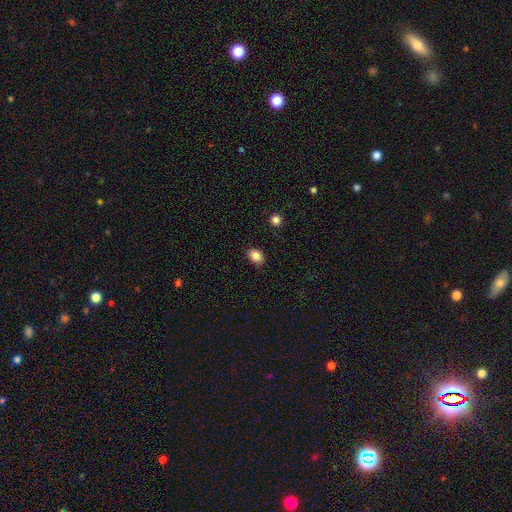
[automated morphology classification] Smooth or featured: smooth — 86% (star or artifact — 9%)
How rounded: in between — 77% (round — 22%)
Merging: none — 86% (minor disturbance — 10%)